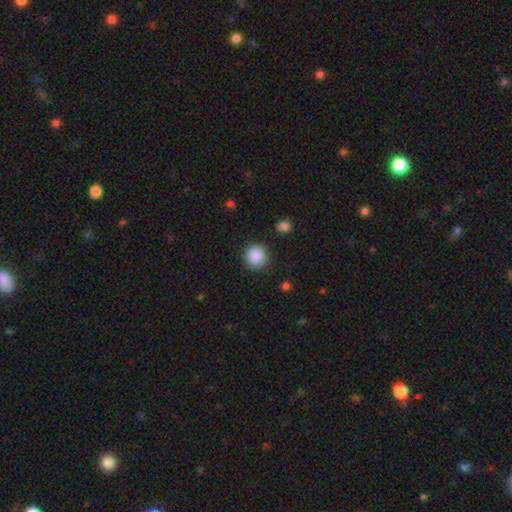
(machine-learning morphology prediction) Q: Smooth or featured?
A: smooth (88%); runner-up: star or artifact (9%)
Q: How rounded?
A: round (91%); runner-up: in between (8%)
Q: Merging?
A: none (88%); runner-up: minor disturbance (8%)